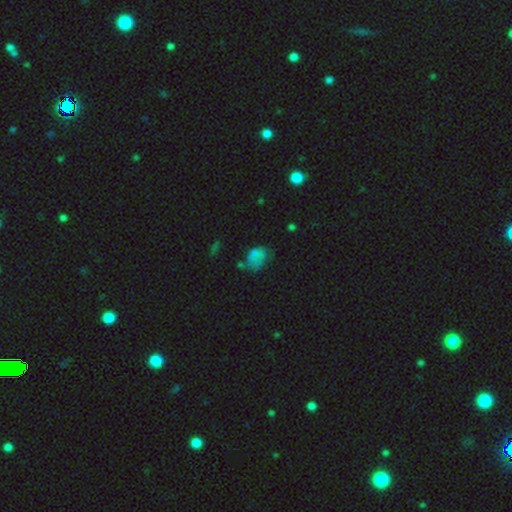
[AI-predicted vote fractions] This is possibly a smooth galaxy (58%). How rounded: likely in between (76%). Merging: marginally major disturbance (32%).